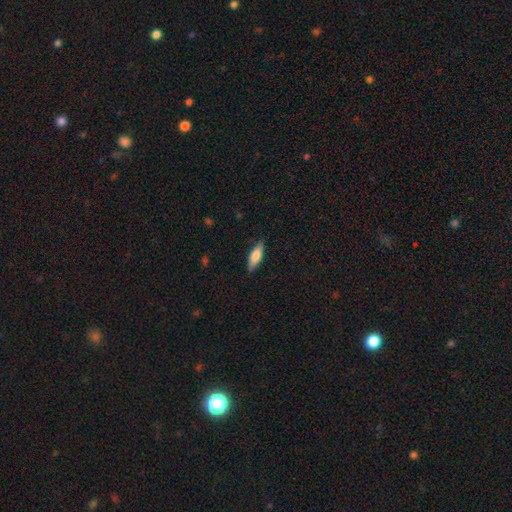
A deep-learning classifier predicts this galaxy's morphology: type=smooth (69%); roundness=in between (52%); merging=none (86%).